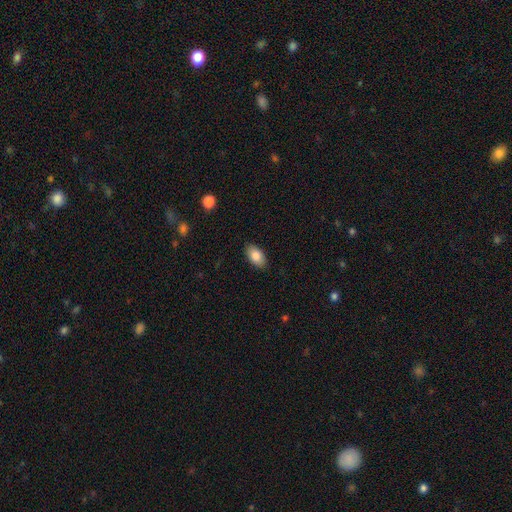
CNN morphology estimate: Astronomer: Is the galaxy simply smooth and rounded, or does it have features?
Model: smooth — 84%.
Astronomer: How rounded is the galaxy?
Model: in between — 93%.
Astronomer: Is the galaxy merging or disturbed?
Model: none — 88%.